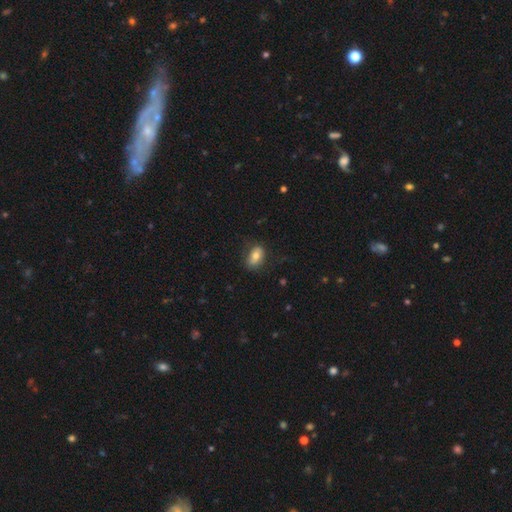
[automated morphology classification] Smooth or featured: smooth — 72% (featured or disk — 20%)
How rounded: in between — 85% (round — 13%)
Merging: none — 74% (minor disturbance — 19%)